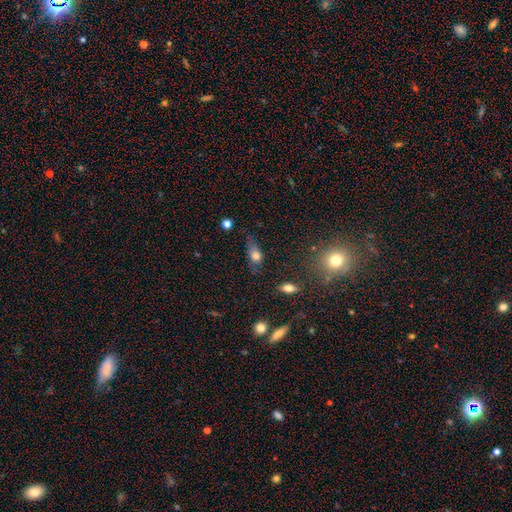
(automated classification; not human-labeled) A smooth galaxy with no disk features (74%) that is in between round and cigar-shaped (70%). Merging: none (48%).